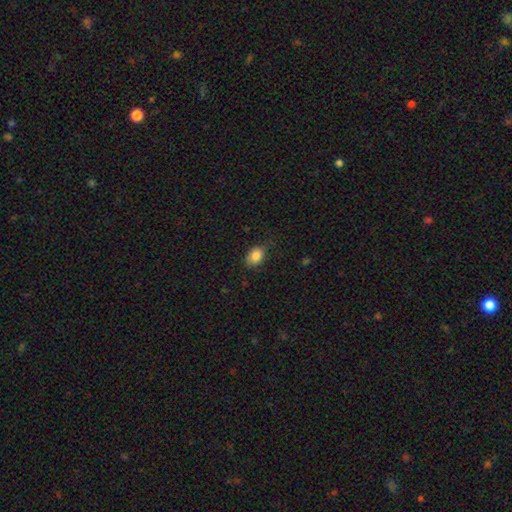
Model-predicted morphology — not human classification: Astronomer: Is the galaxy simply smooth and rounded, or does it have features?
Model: smooth — 85%.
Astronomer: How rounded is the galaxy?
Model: in between — 66%.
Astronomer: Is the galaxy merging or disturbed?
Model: none — 71%.